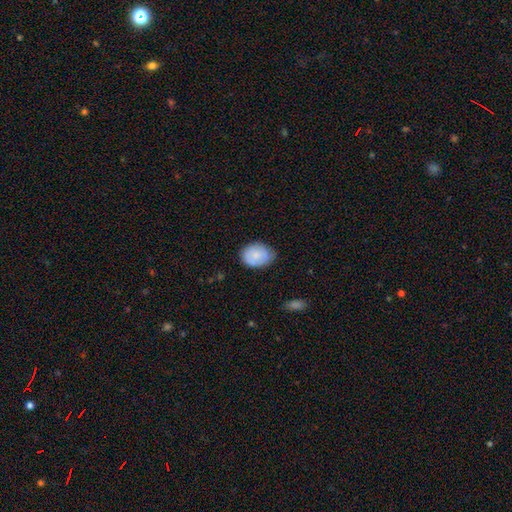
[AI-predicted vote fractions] Smooth or featured? smooth (78%)
How rounded? in between (69%)
Merging? none (66%)